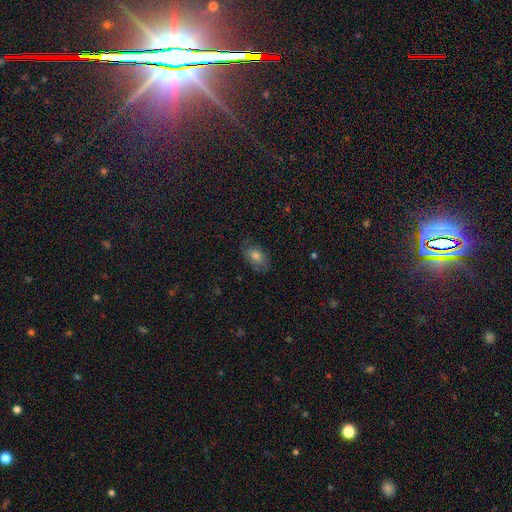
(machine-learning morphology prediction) This appears to be a smooth galaxy with no disk features (71%) that is in between round and cigar-shaped (88%). Merging: none (76%).